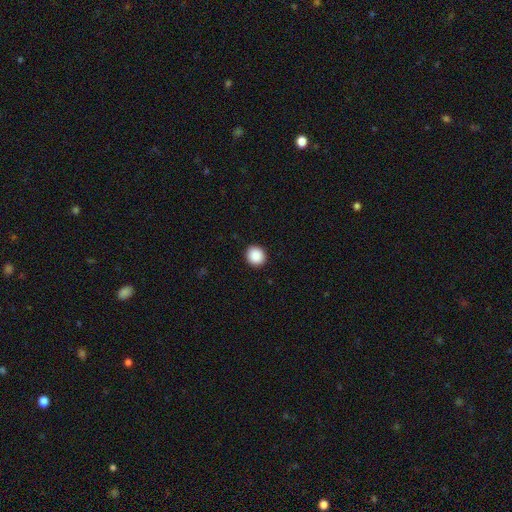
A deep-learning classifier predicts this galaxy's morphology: Overall: smooth (89%). How rounded: round (85%). Merging: none (92%).